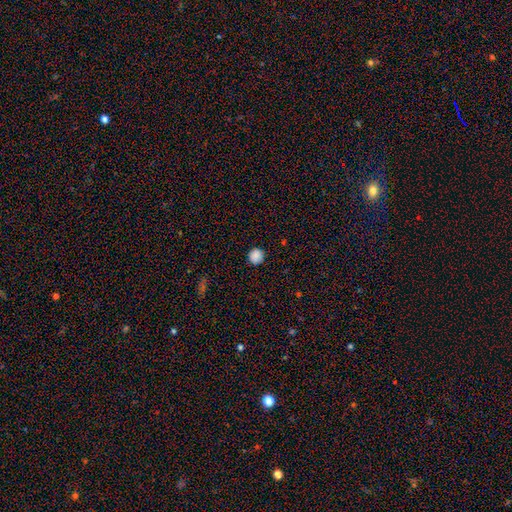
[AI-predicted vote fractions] smooth 87%, star or artifact 10%, featured or disk 3%. Down the decision tree: how rounded — round (93%); merging — none (91%).